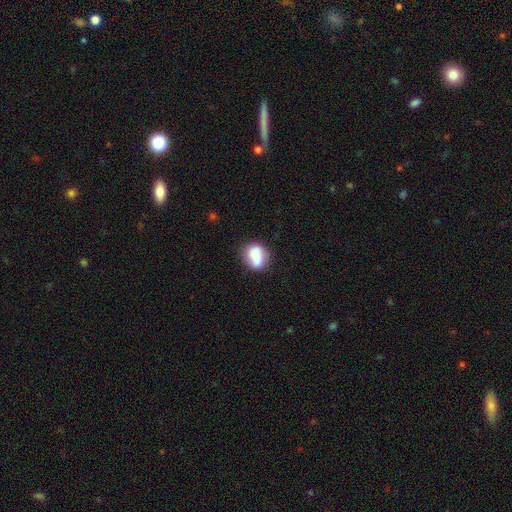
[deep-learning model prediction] The model was most divided on "how rounded": in between: 52%, round: 46%, cigar-shaped: 3%. More confident: smooth or featured — smooth (66%); merging — none (63%).